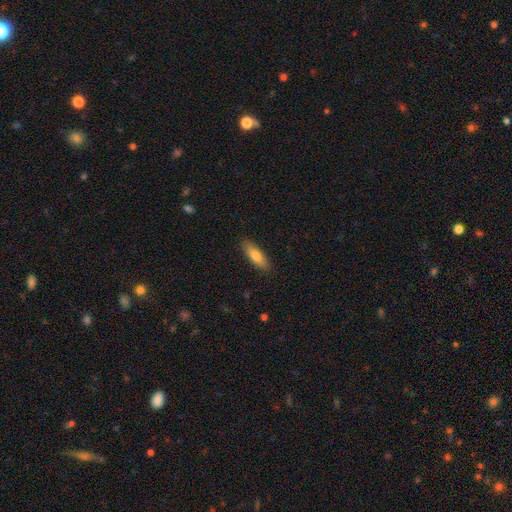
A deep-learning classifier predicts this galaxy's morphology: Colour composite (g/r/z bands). It shows a smooth galaxy with no disk features (76%) that is in between round and cigar-shaped (53%). Merging: none (88%).